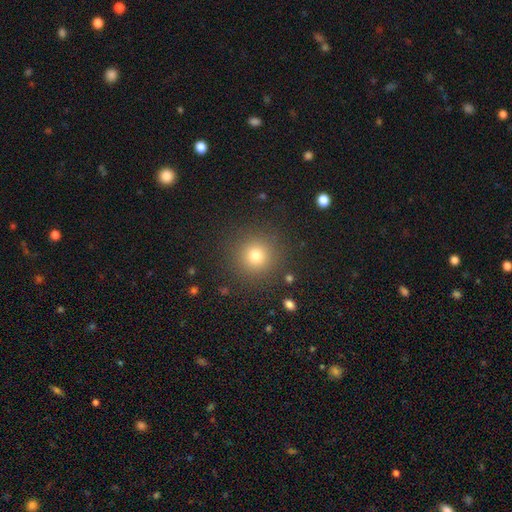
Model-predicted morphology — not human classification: A smooth galaxy with no disk features (77%) that is round (94%). Merging: none (89%).